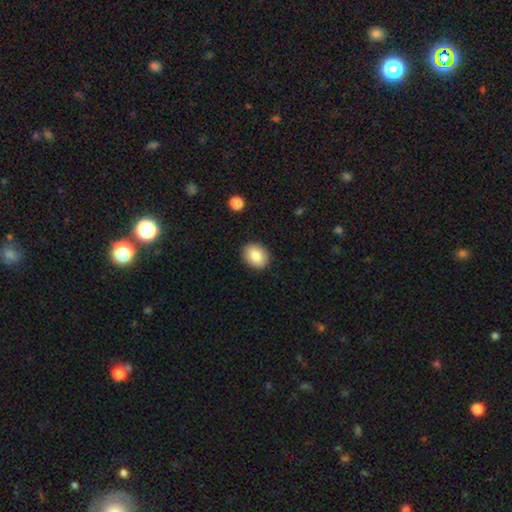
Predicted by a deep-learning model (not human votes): smooth_or_featured: smooth (p=0.86) [alt: star or artifact p=0.08]
how_rounded: in between (p=0.59) [alt: round p=0.40]
merging: none (p=0.89) [alt: minor disturbance p=0.08]